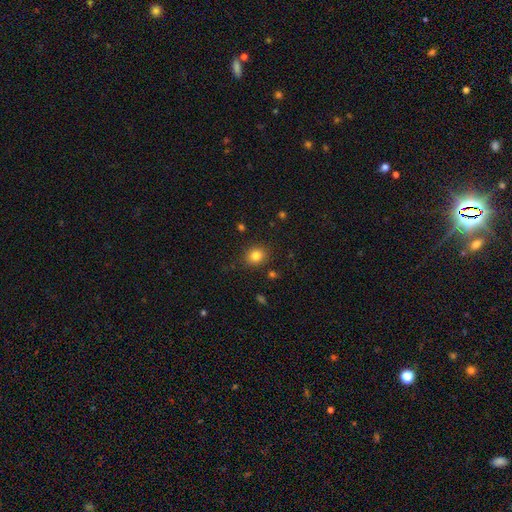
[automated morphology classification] Smooth or featured: smooth — 82% (star or artifact — 11%)
How rounded: round — 65% (in between — 34%)
Merging: none — 87% (minor disturbance — 9%)